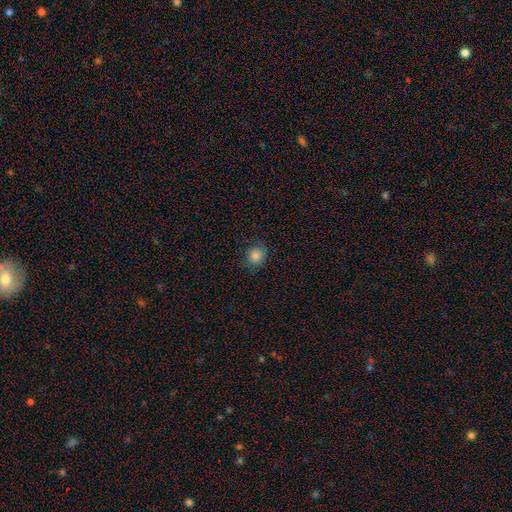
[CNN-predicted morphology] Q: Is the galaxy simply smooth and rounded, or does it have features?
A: smooth — 83%.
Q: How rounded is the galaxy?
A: round — 81%.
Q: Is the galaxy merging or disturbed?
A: none — 80%.